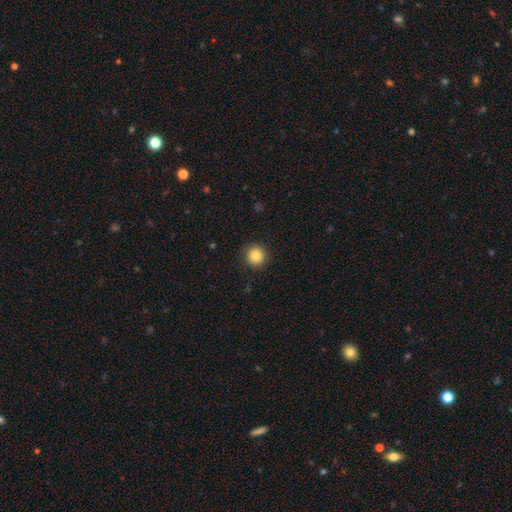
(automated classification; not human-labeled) A smooth galaxy with no disk features (84%) that is round (94%).

Vote fractions:
- Smooth or featured? smooth: 84% / star or artifact: 10% / featured or disk: 6%
- How rounded? round: 94% / in between: 5% / cigar-shaped: 1%
- Merging? none: 89% / minor disturbance: 8% / major disturbance: 2% / merger: 1%